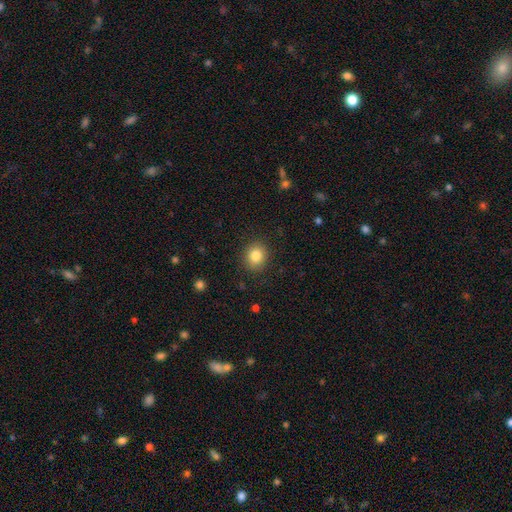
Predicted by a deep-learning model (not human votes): Smooth or featured? Predicted: smooth (p=0.84). How rounded? Predicted: round (p=0.75). Merging? Predicted: none (p=0.88).